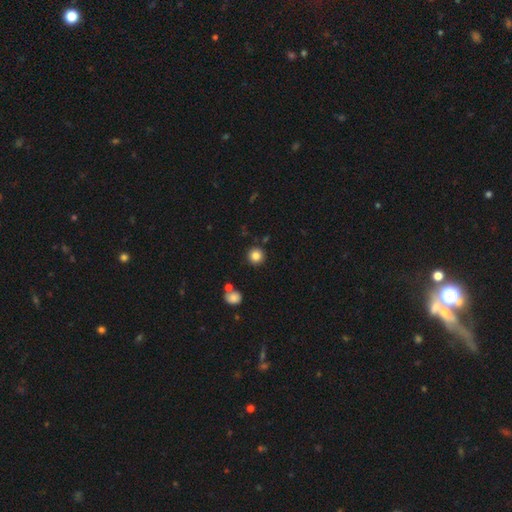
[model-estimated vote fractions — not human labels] Smooth or featured?
  - smooth: 84% *
  - star or artifact: 11%
  - featured or disk: 5%
How rounded?
  - round: 95% *
  - in between: 4%
  - cigar-shaped: 1%
Merging?
  - none: 88% *
  - minor disturbance: 6%
  - merger: 3%
  - major disturbance: 2%